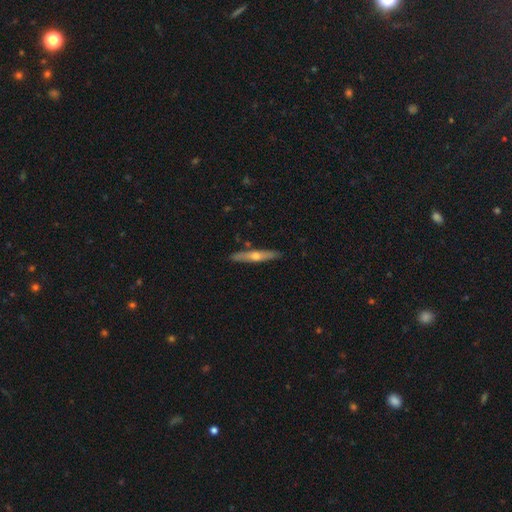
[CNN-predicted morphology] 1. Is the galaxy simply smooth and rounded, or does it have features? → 56% featured or disk, 38% smooth, 6% star or artifact.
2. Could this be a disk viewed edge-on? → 92% yes, 8% no.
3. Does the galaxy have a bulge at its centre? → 86% rounded, 12% none, 2% boxy.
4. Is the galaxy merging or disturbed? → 89% none, 8% minor disturbance, 2% merger, 2% major disturbance.